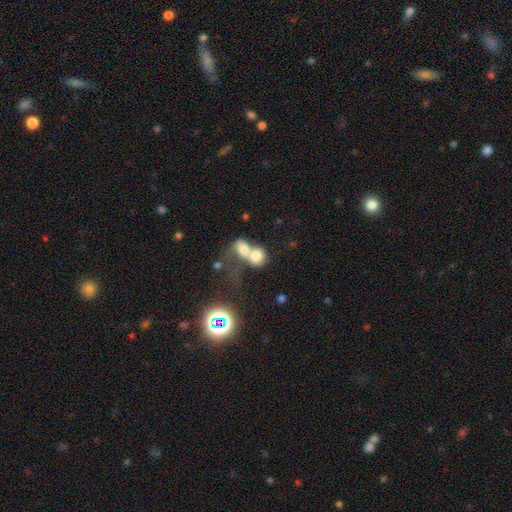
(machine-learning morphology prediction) This is likely a smooth galaxy (68%). How rounded: possibly round (54%). Merging: likely merger (75%).